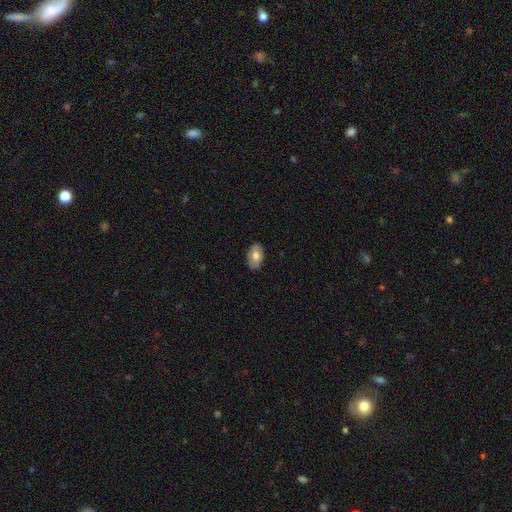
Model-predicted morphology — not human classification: smooth 68%, featured or disk 26%, star or artifact 7%. Down the decision tree: how rounded — in between (91%); merging — none (85%).